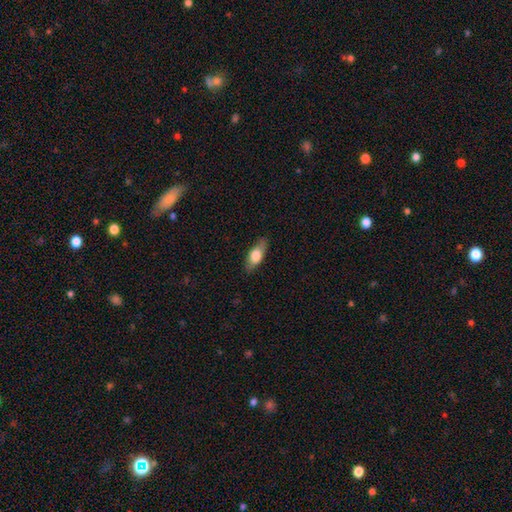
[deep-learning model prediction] smooth-or-featured: smooth: 65% | featured or disk: 29% | star or artifact: 6%
  how-rounded: in between: 70% | cigar-shaped: 26% | round: 3%
  merging: none: 86% | minor disturbance: 11% | major disturbance: 2% | merger: 1%